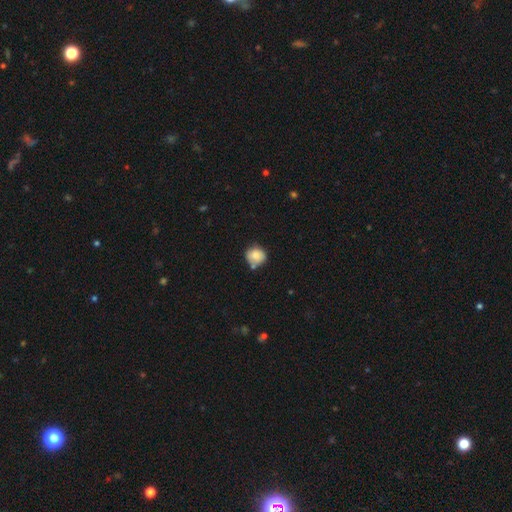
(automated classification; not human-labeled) This appears to be a smooth galaxy with no disk features (80%) that is round (83%). Merging: none (59%).